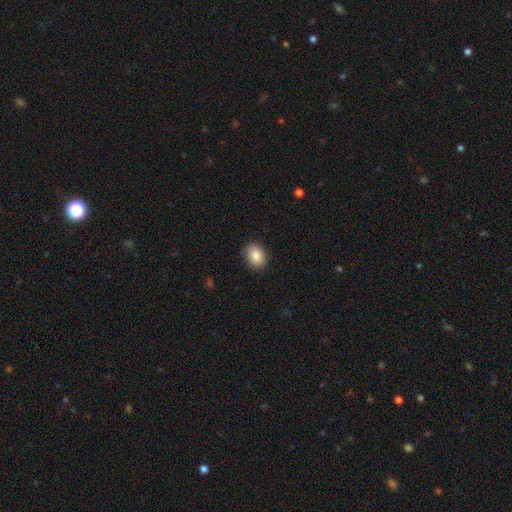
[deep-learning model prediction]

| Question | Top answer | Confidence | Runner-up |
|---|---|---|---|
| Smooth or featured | smooth | 89% | star or artifact (7%) |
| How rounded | in between | 70% | round (29%) |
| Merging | none | 88% | minor disturbance (9%) |